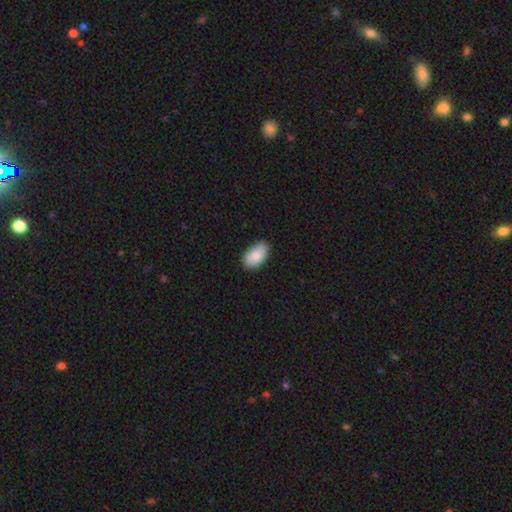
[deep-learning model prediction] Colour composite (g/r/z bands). It shows a smooth galaxy with no disk features (85%) that is in between round and cigar-shaped (94%). Merging: none (78%).